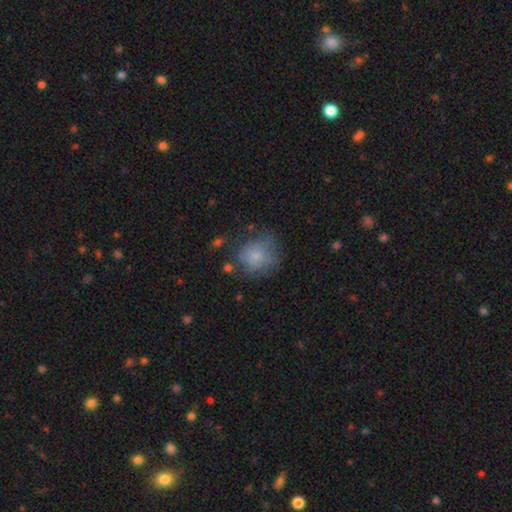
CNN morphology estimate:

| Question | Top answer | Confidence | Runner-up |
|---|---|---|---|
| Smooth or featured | smooth | 75% | featured or disk (15%) |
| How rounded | round | 81% | in between (18%) |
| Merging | none | 57% | minor disturbance (26%) |